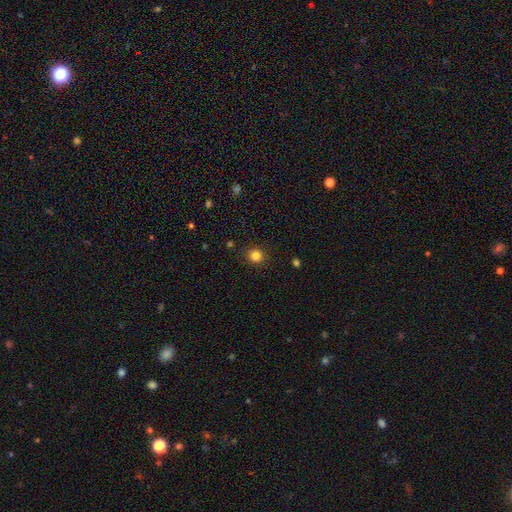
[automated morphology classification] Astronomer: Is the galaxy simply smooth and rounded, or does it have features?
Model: smooth — 83%.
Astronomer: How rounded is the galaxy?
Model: round — 90%.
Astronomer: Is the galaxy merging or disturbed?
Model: none — 90%.